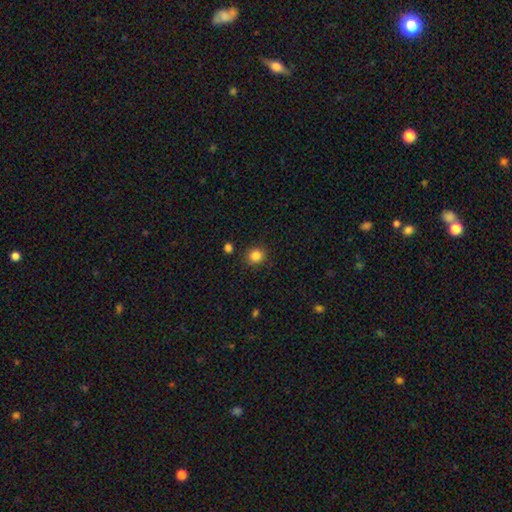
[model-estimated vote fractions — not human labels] This is clearly a smooth galaxy (85%). How rounded: clearly round (86%). Merging: clearly none (88%).